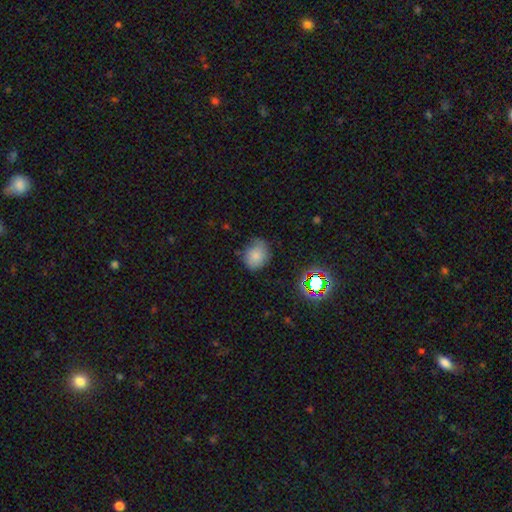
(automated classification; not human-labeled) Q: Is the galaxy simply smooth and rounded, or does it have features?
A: smooth — 71%.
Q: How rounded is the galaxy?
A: round — 62%.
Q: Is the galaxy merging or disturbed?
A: none — 65%.